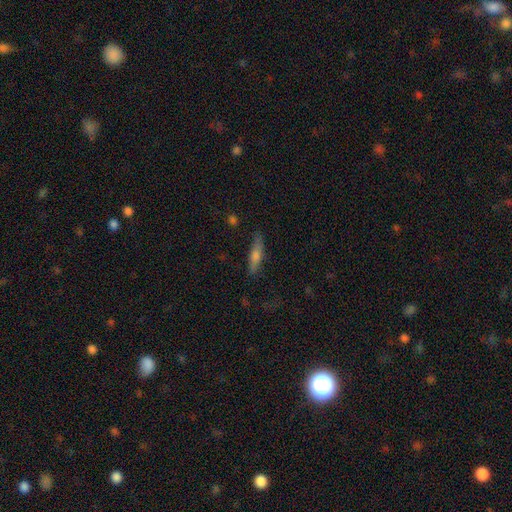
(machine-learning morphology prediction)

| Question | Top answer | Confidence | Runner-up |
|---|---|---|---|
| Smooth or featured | smooth | 60% | featured or disk (33%) |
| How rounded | cigar-shaped | 75% | in between (23%) |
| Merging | none | 80% | minor disturbance (15%) |